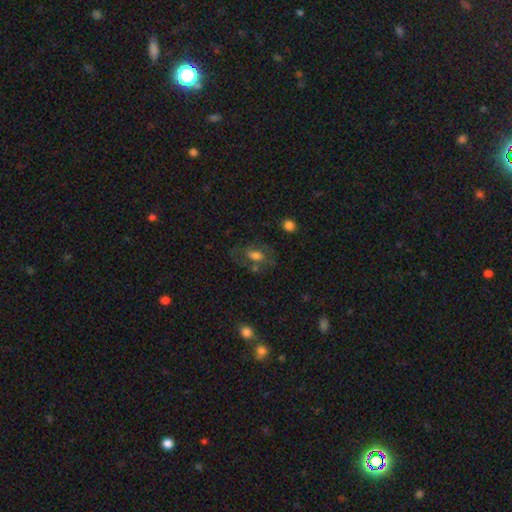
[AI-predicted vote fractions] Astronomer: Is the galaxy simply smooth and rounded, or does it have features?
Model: smooth — 50% (runner-up: featured or disk, 37%).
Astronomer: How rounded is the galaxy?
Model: in between — 78%.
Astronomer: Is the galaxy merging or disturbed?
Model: none — 54%.